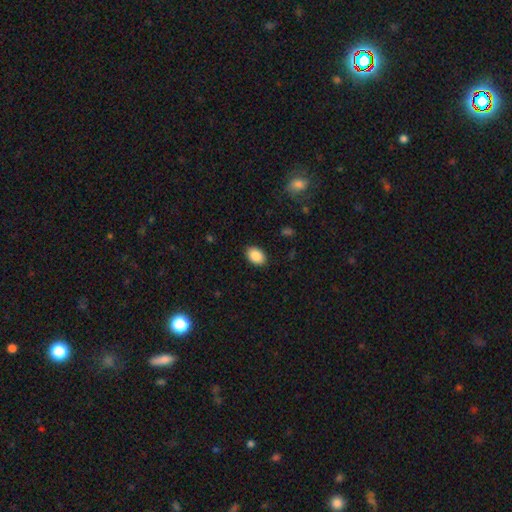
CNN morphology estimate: A smooth galaxy with no disk features (89%) that is in between round and cigar-shaped (84%). Merging: none (89%).